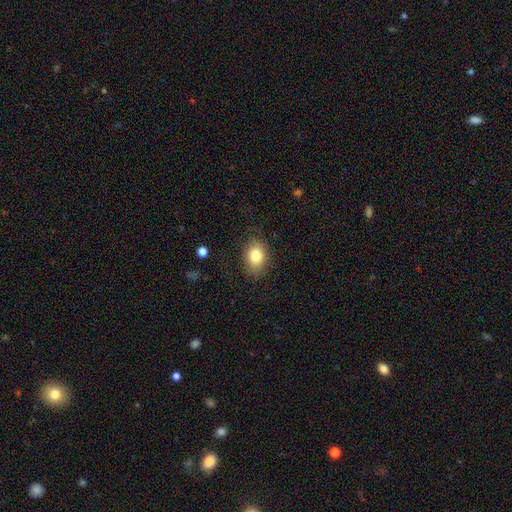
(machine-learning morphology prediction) Smooth or featured? Predicted: smooth (p=0.82). How rounded? Predicted: in between (p=0.76). Merging? Predicted: none (p=0.79).